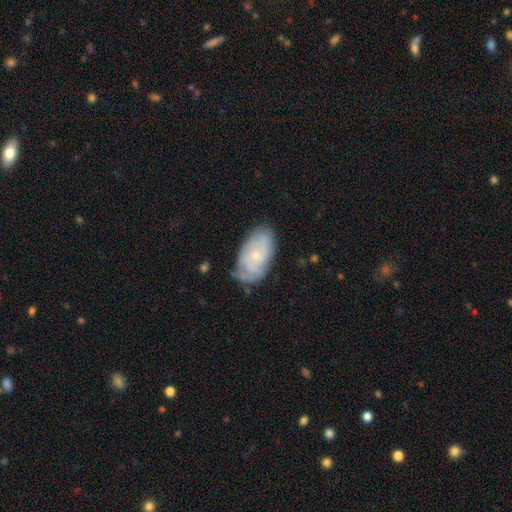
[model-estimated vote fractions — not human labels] A featured or disk galaxy (57%) with no bar (80%), spiral arms (73%) and a small central bulge (72%). Merging: none (64%).